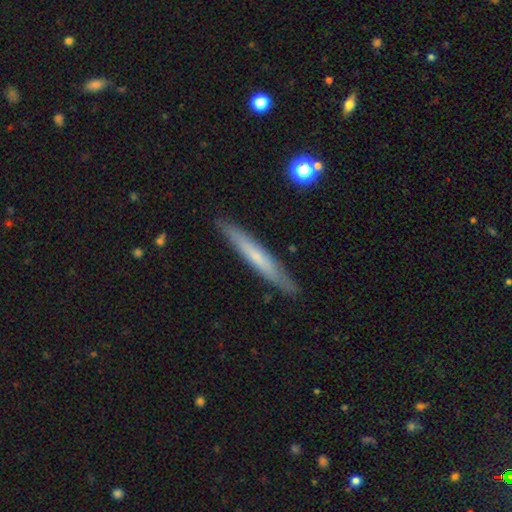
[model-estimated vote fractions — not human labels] The model was most divided on "smooth or featured": smooth: 54%, featured or disk: 39%, star or artifact: 6%. More confident: how rounded — cigar-shaped (95%); merging — none (89%).